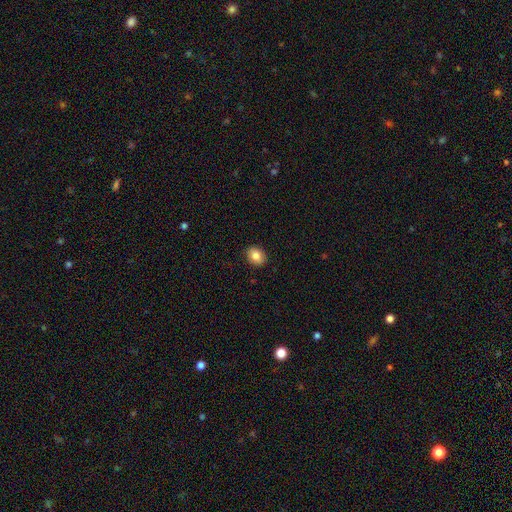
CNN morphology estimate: Smooth or featured: smooth — 85% (star or artifact — 8%)
How rounded: in between — 54% (round — 45%)
Merging: none — 90% (minor disturbance — 7%)